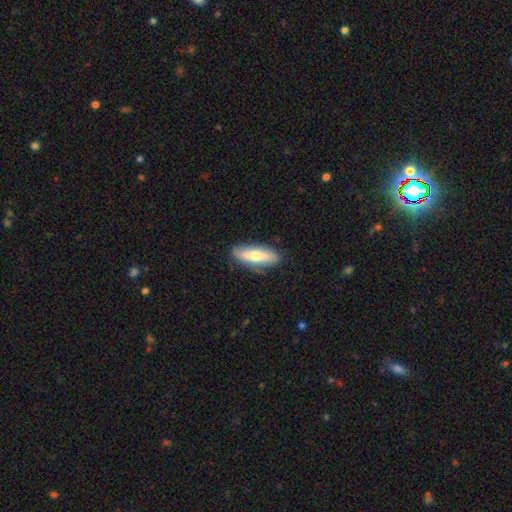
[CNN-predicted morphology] Smooth or featured? smooth (57%)
How rounded? in between (50%)
Merging? none (80%)